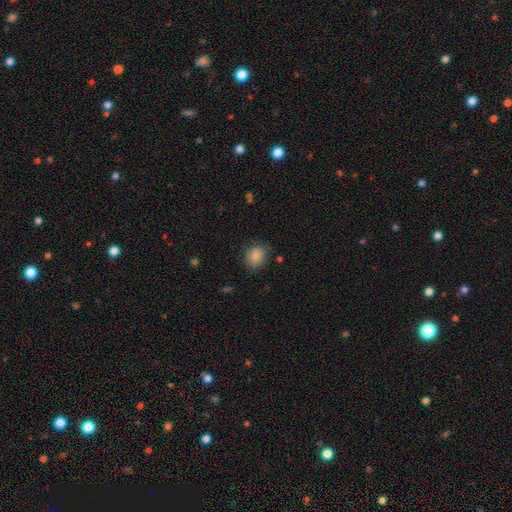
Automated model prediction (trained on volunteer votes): smooth-or-featured: smooth: 86% | star or artifact: 9% | featured or disk: 6%
  how-rounded: round: 59% | in between: 40% | cigar-shaped: 1%
  merging: none: 73% | minor disturbance: 20% | major disturbance: 5% | merger: 2%